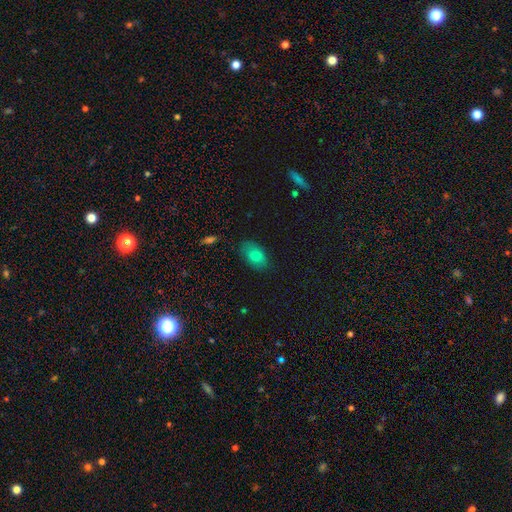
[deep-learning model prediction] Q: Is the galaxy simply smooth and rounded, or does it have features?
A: smooth — 78%.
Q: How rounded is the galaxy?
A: in between — 90%.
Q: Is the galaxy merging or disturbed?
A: none — 81%.